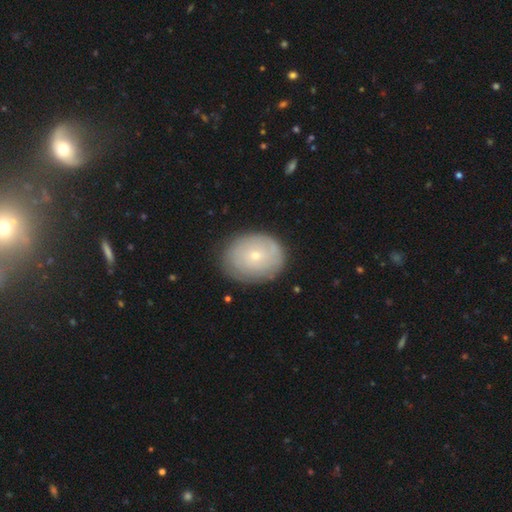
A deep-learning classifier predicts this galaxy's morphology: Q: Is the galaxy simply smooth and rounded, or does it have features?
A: smooth — 55%.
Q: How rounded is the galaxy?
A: in between — 53%.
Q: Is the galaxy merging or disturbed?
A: none — 81%.